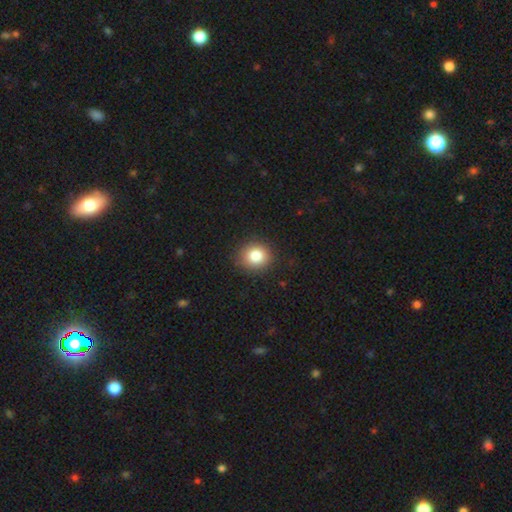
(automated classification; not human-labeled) Overall: smooth (83%). How rounded: round (83%). Merging: none (90%).